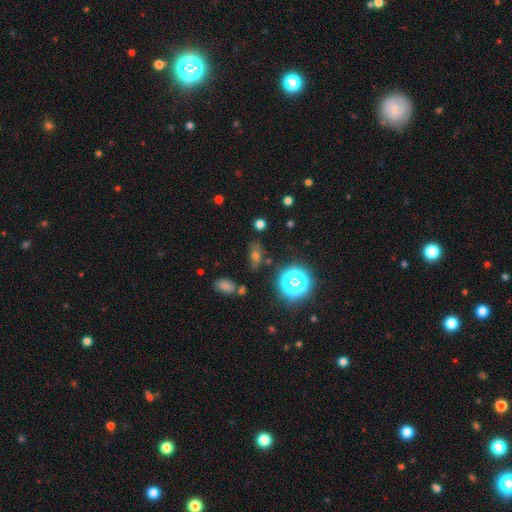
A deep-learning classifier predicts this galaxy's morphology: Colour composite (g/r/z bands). It shows a smooth galaxy with no disk features (45%). Merging: none (75%).